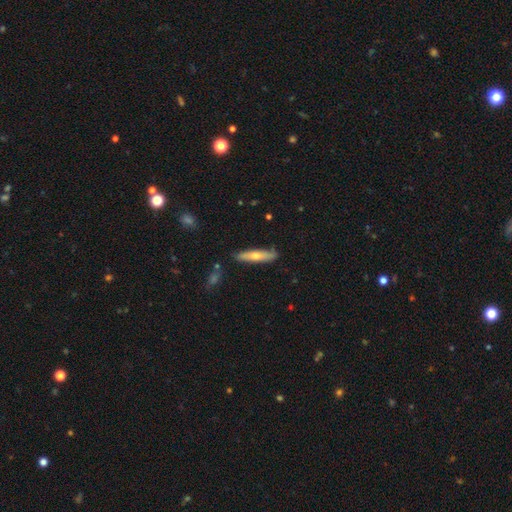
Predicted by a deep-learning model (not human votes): This is possibly a smooth galaxy (55%). How rounded: clearly cigar-shaped (85%). Merging: clearly none (85%).